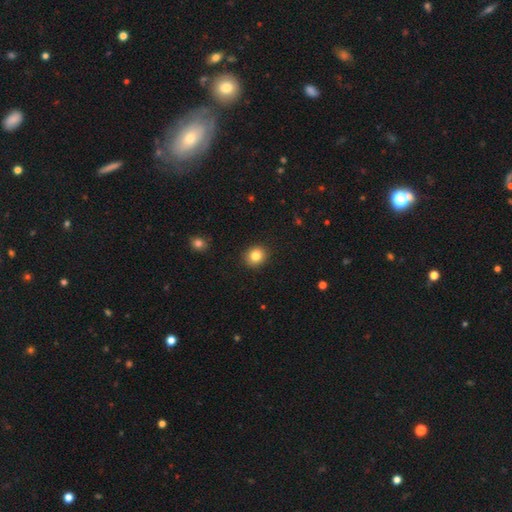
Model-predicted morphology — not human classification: A smooth galaxy with no disk features (84%) that is round (74%). Merging: none (91%).